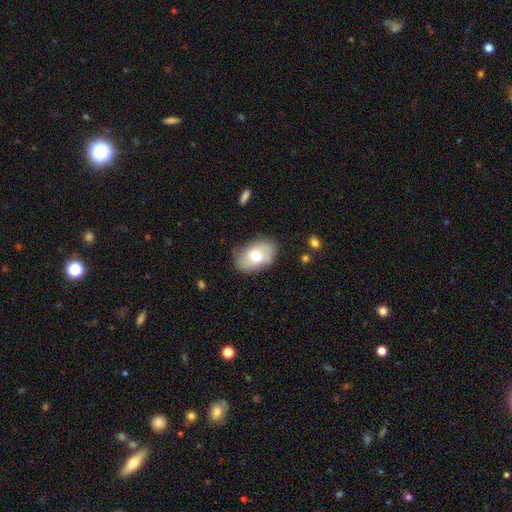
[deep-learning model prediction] Overall: smooth (55%; featured or disk 38%). How rounded: in between (89%). Merging: none (71%).